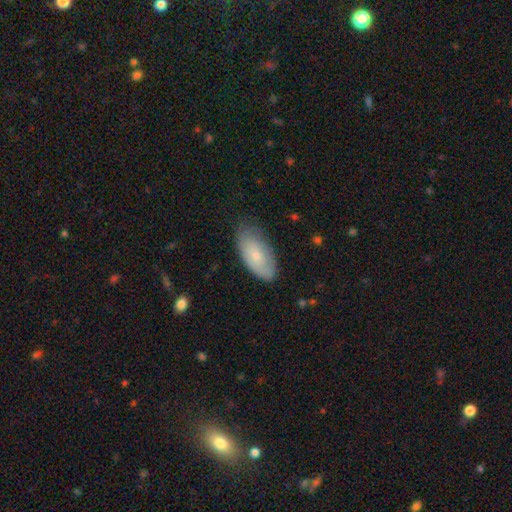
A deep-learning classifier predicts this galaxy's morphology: smooth 73%, featured or disk 21%, star or artifact 6%. Down the decision tree: how rounded — in between (93%); merging — none (69%).